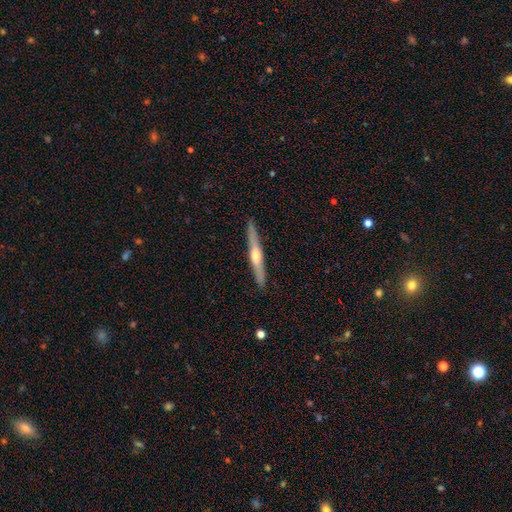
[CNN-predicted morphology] The model was most divided on "smooth or featured": featured or disk: 70%, smooth: 25%, star or artifact: 6%. More confident: edge-on disk — yes (97%); merging — none (91%); edge-on bulge — rounded (87%).